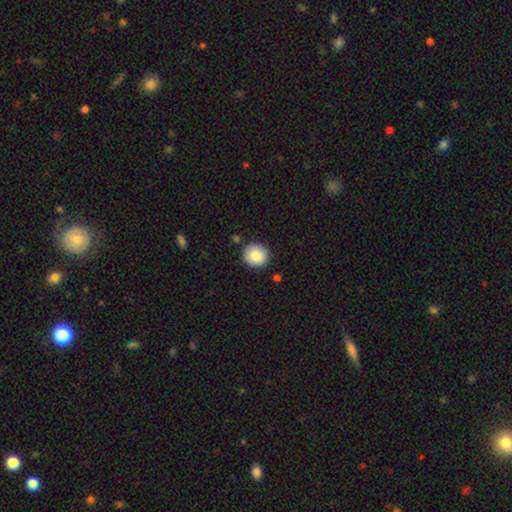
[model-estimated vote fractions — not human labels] This appears to be a smooth galaxy with no disk features (87%) that is round (91%). Merging: none (87%).